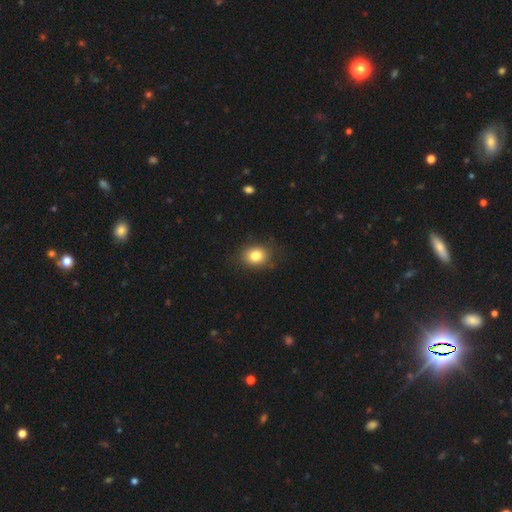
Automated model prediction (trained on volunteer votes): Q: Smooth or featured?
A: smooth (81%); runner-up: star or artifact (11%)
Q: How rounded?
A: round (62%); runner-up: in between (37%)
Q: Merging?
A: none (83%); runner-up: minor disturbance (12%)